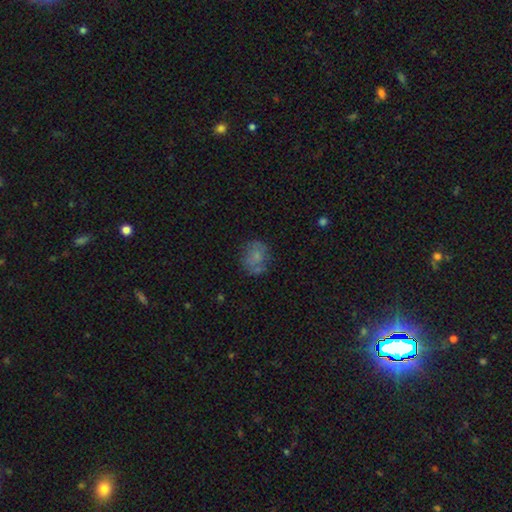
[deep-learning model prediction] smooth-or-featured: smooth: 68% | featured or disk: 22% | star or artifact: 10%
  how-rounded: round: 71% | in between: 27% | cigar-shaped: 1%
  merging: none: 59% | minor disturbance: 21% | merger: 11% | major disturbance: 9%